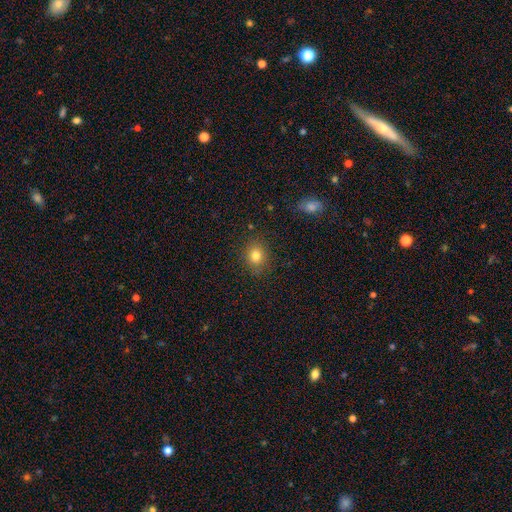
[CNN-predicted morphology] smooth_or_featured: smooth (p=0.80) [alt: star or artifact p=0.13]
how_rounded: round (p=0.71) [alt: in between p=0.28]
merging: none (p=0.87) [alt: minor disturbance p=0.09]